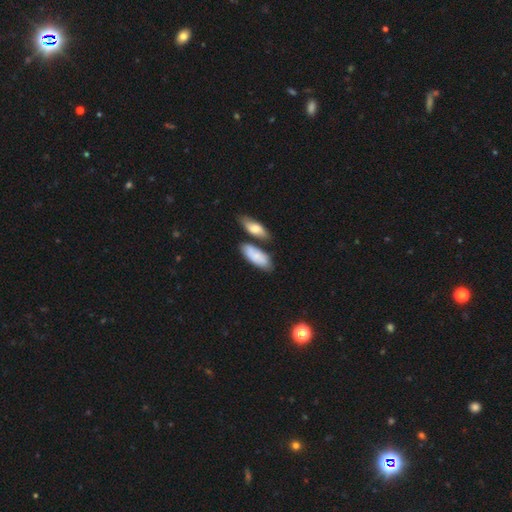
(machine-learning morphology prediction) A smooth galaxy with no disk features (74%) that is in between round and cigar-shaped (83%). Merging: none (58%).